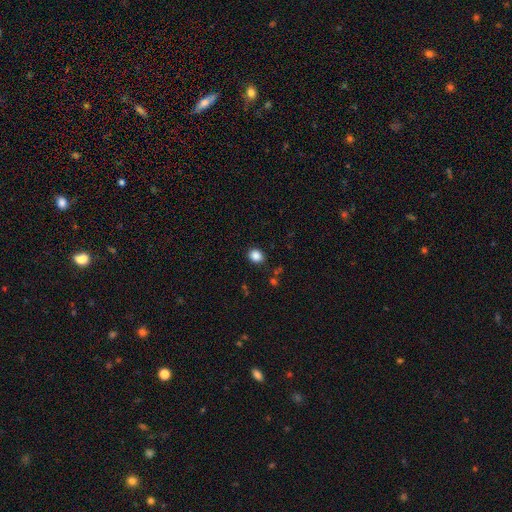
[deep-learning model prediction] Overall: smooth (87%). How rounded: round (56%; in between 43%). Merging: none (86%).